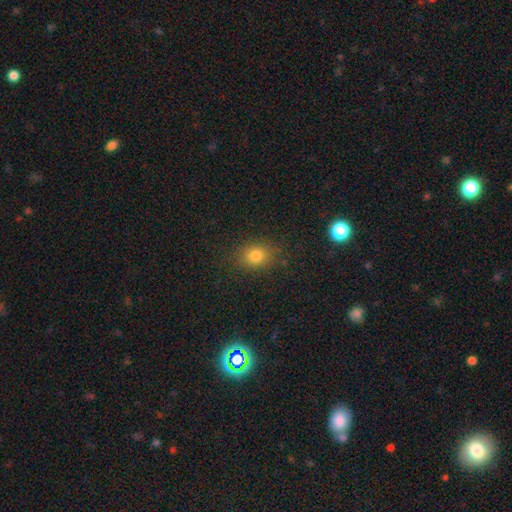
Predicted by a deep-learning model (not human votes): Overall: smooth (77%). How rounded: round (51%; in between 48%). Merging: none (85%).